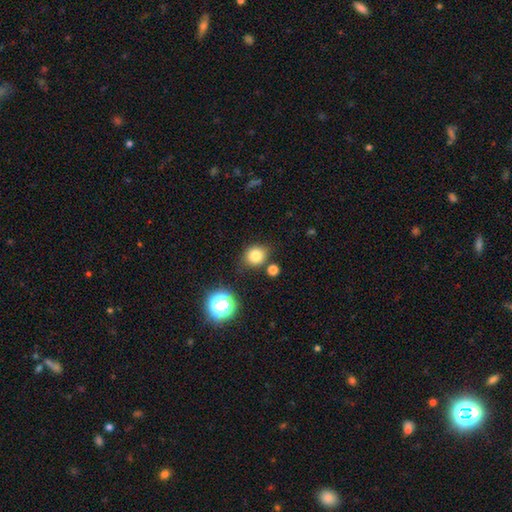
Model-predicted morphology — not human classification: Smooth or featured?
  - smooth: 79% *
  - star or artifact: 14%
  - featured or disk: 7%
How rounded?
  - round: 77% *
  - in between: 22%
  - cigar-shaped: 1%
Merging?
  - none: 77% *
  - minor disturbance: 12%
  - merger: 7%
  - major disturbance: 3%